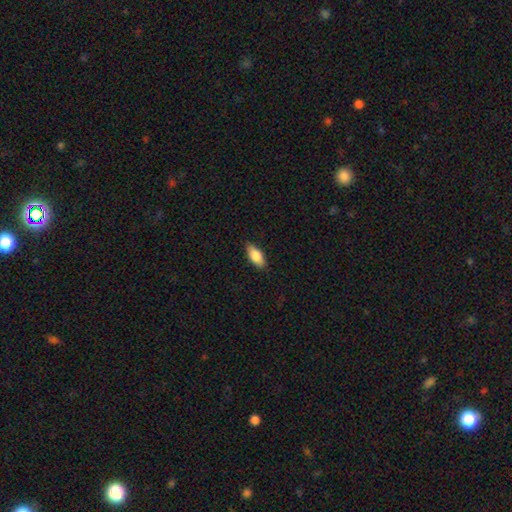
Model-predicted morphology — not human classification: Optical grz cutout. It shows a smooth galaxy with no disk features (83%) that is in between round and cigar-shaped (86%). Merging: none (87%).